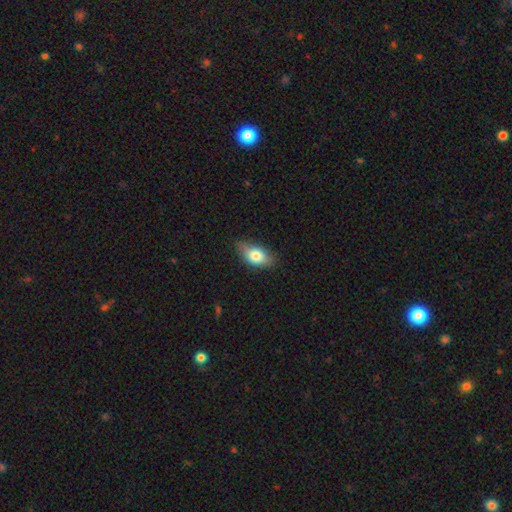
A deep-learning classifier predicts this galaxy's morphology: Overall: smooth (77%). How rounded: in between (89%). Merging: none (73%).